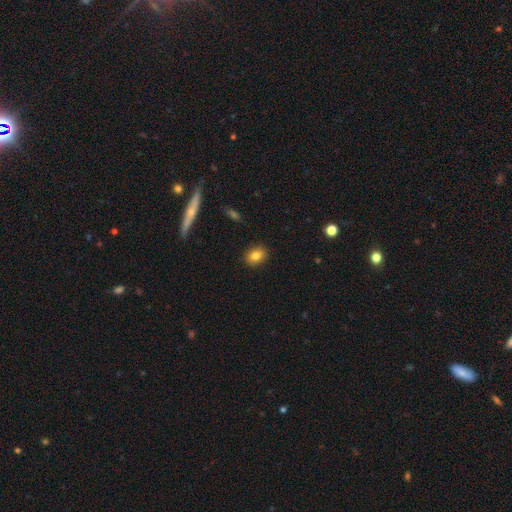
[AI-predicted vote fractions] Overall: smooth (82%). How rounded: in between (57%; round 42%). Merging: none (89%).